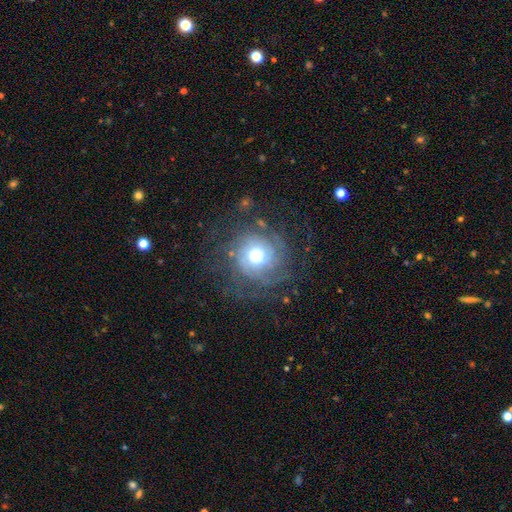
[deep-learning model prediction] featured or disk 70%, smooth 20%, star or artifact 10%. Down the decision tree: edge-on disk — no (97%); bar — no (78%); spiral arms — yes (85%); spiral arm count — can't tell (44%); spiral winding — tight (55%); bulge size — moderate (57%); merging — none (66%).